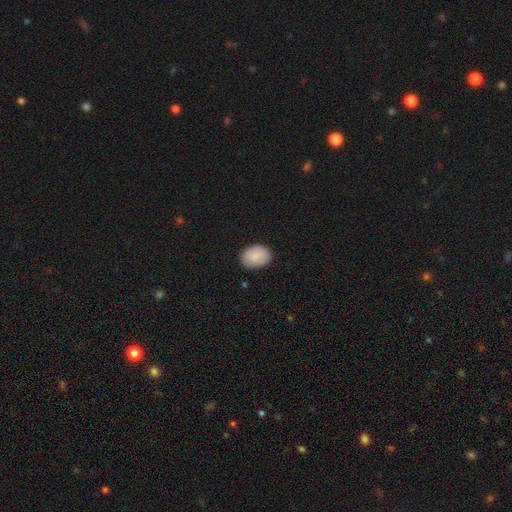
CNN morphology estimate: This appears to be a smooth galaxy with no disk features (88%) that is in between round and cigar-shaped (78%). Merging: none (82%).